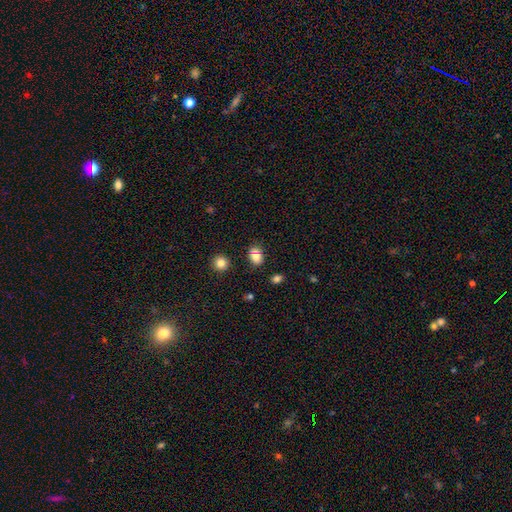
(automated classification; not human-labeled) smooth 81%, star or artifact 10%, featured or disk 8%. Down the decision tree: how rounded — in between (71%); merging — none (74%).